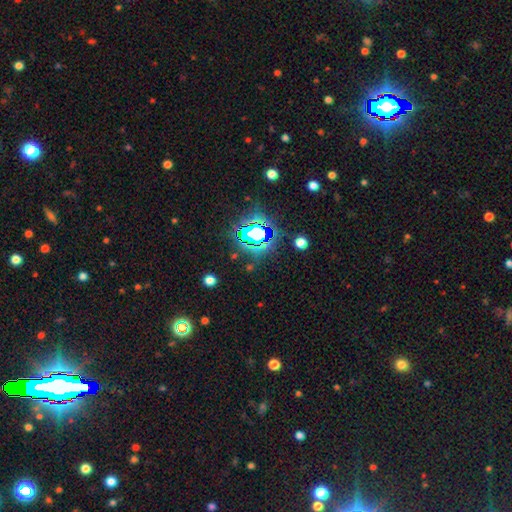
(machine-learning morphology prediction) star or artifact 82%, smooth 12%, featured or disk 7%.